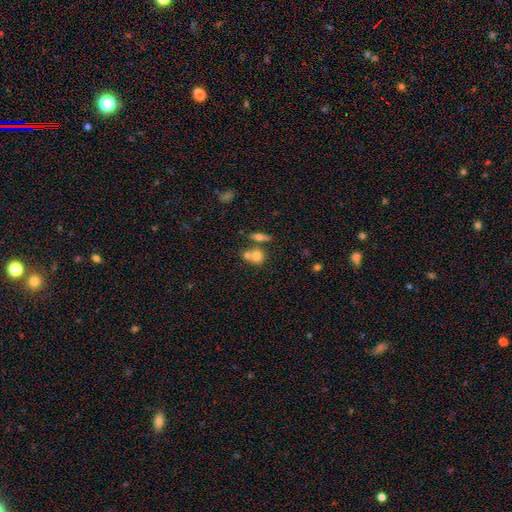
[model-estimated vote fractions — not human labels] Overall: smooth (74%). How rounded: round (72%). Merging: none (44%; merger 43%).